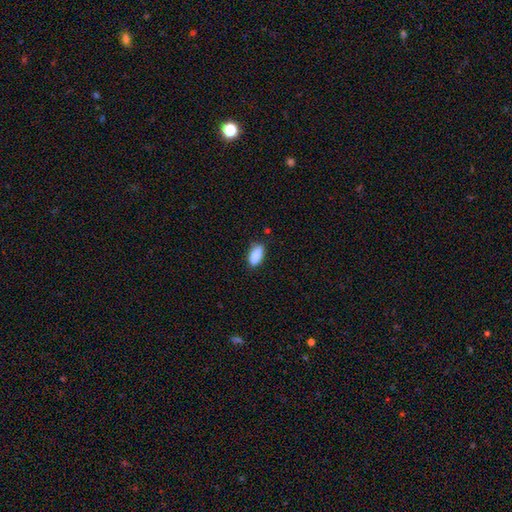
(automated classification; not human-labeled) Smooth or featured?
  - smooth: 88% *
  - star or artifact: 7%
  - featured or disk: 4%
How rounded?
  - in between: 83% *
  - cigar-shaped: 14%
  - round: 3%
Merging?
  - none: 80% *
  - minor disturbance: 16%
  - major disturbance: 3%
  - merger: 2%